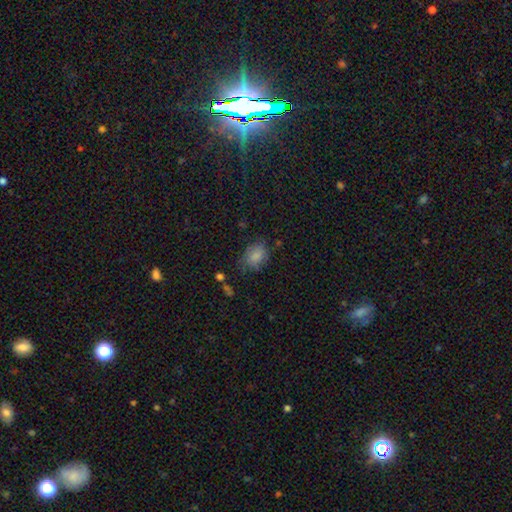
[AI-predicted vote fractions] Q: Smooth or featured?
A: smooth (81%); runner-up: featured or disk (10%)
Q: How rounded?
A: in between (66%); runner-up: round (32%)
Q: Merging?
A: none (62%); runner-up: minor disturbance (26%)